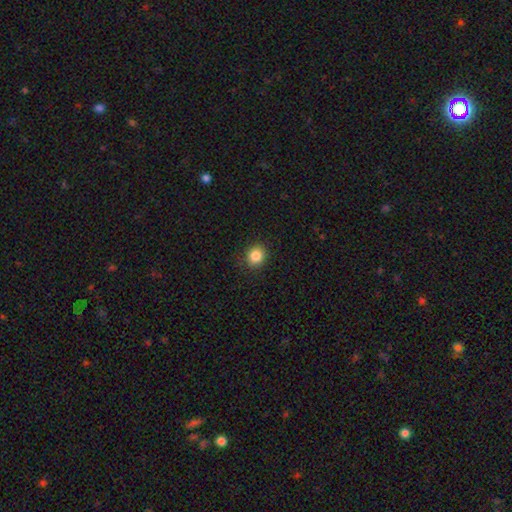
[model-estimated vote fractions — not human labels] Morphology: type=smooth (85%); roundness=round (83%); merging=none (90%).